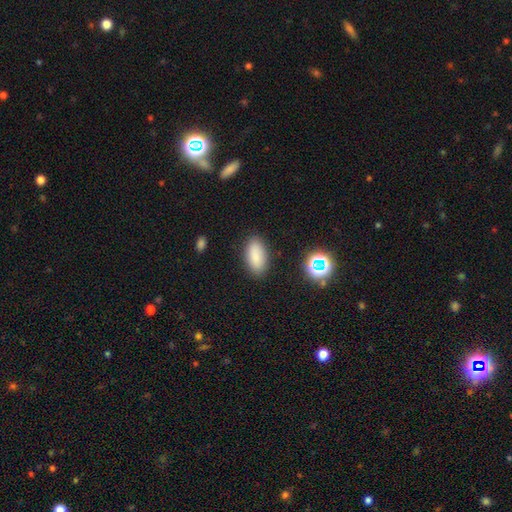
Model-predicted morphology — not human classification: type=smooth (86%); roundness=in between (90%); merging=none (87%).